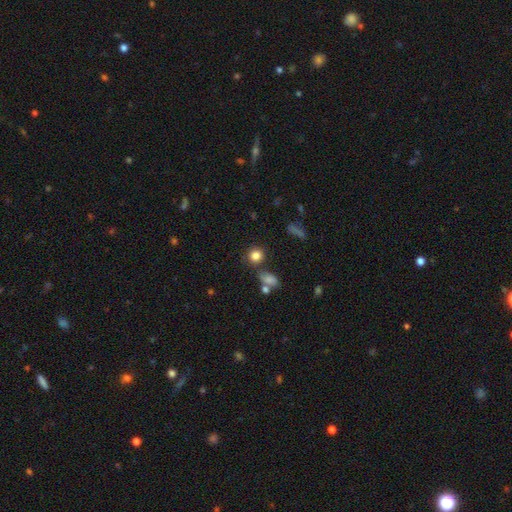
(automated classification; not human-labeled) smooth 82%, star or artifact 11%, featured or disk 6%. Down the decision tree: how rounded — round (84%); merging — none (76%).